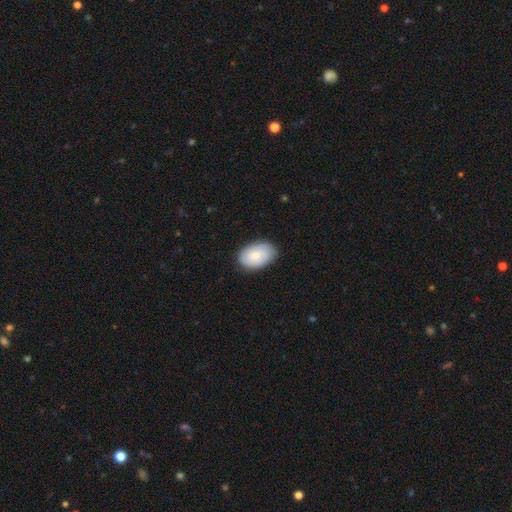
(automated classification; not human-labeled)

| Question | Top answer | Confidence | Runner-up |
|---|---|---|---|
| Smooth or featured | smooth | 65% | featured or disk (29%) |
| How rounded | in between | 90% | round (9%) |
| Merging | none | 81% | minor disturbance (15%) |